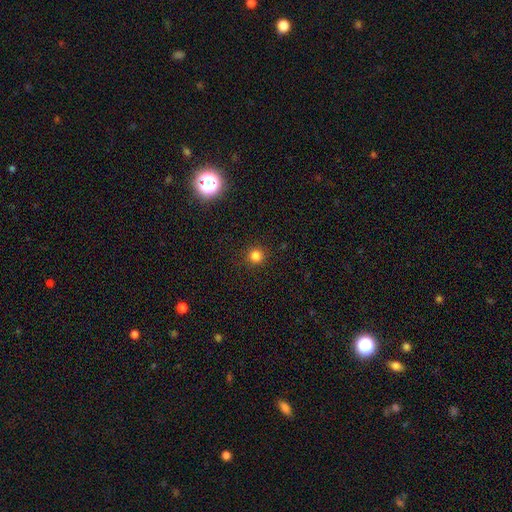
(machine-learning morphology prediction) Smooth or featured: smooth — 81% (star or artifact — 14%)
How rounded: round — 95% (in between — 4%)
Merging: none — 91% (minor disturbance — 5%)